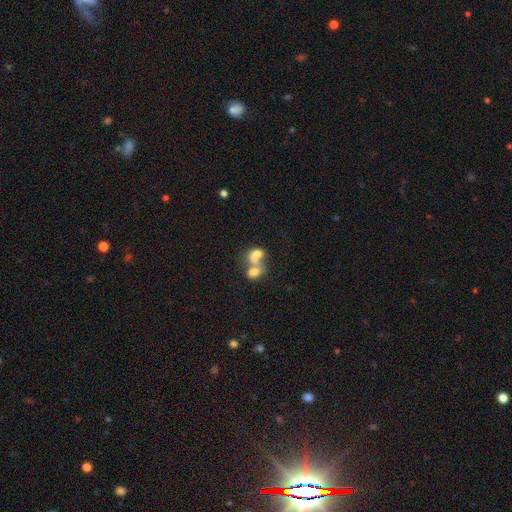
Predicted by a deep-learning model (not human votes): smooth-or-featured: smooth: 69% | featured or disk: 21% | star or artifact: 10%
  how-rounded: in between: 57% | round: 42% | cigar-shaped: 1%
  merging: merger: 74% | none: 15% | minor disturbance: 5% | major disturbance: 5%